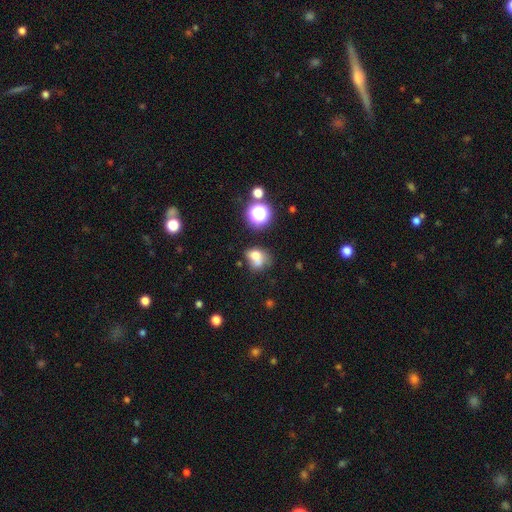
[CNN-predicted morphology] Smooth or featured? Predicted: smooth (p=0.65). How rounded? Predicted: in between (p=0.50). Merging? Predicted: merger (p=0.34, tied with none).